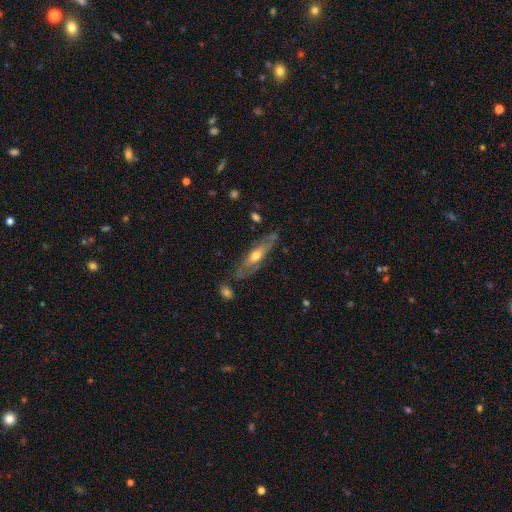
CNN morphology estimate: A featured or disk galaxy (60%) viewed edge-on (53%).

Vote fractions:
- Smooth or featured? featured or disk: 60% / smooth: 34% / star or artifact: 6%
- Edge-on disk? yes: 53% / no: 47%
- Merging? none: 74% / minor disturbance: 18% / major disturbance: 5% / merger: 3%